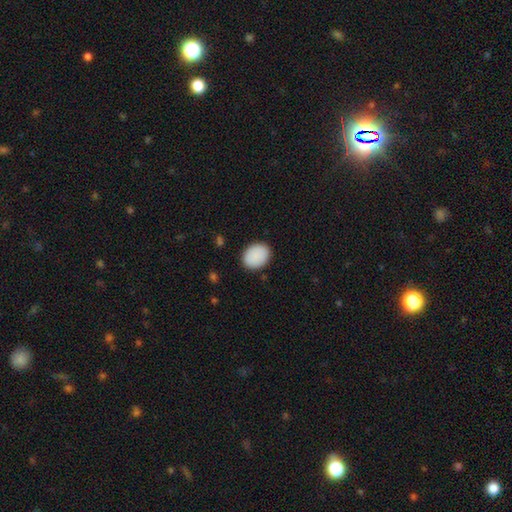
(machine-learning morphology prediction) Smooth or featured: smooth — 90% (star or artifact — 7%)
How rounded: in between — 60% (round — 39%)
Merging: none — 88% (minor disturbance — 9%)